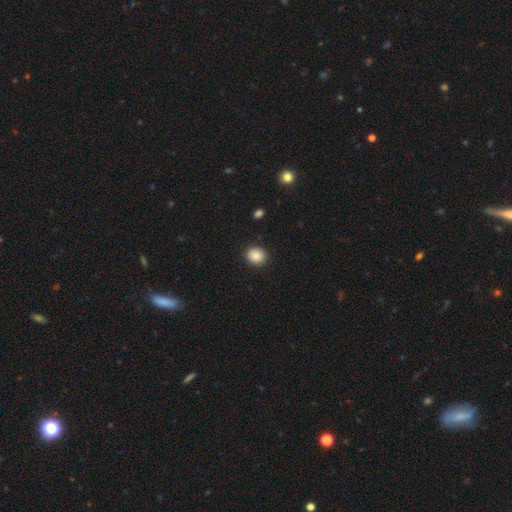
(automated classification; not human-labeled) Morphology: type=smooth (88%); roundness=round (74%); merging=none (90%).